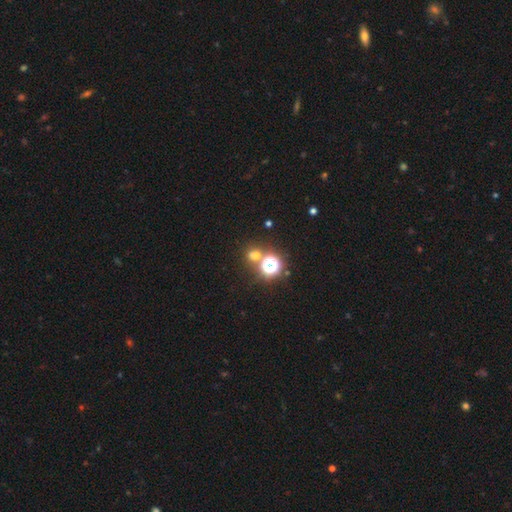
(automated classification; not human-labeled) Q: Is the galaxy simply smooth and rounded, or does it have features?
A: smooth — 53%.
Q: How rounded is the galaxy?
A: round — 79%.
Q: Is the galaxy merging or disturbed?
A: none — 68%.